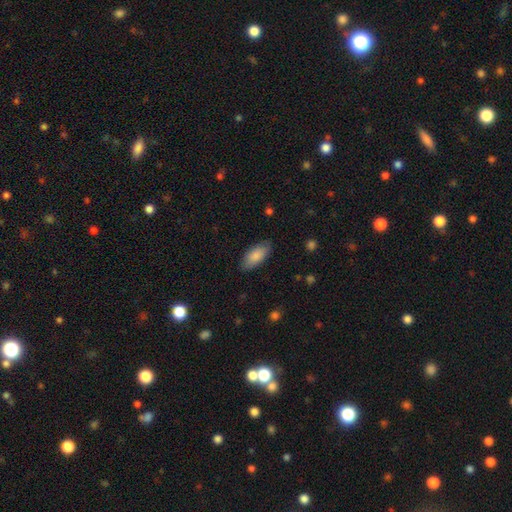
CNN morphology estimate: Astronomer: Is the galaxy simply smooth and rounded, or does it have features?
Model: smooth — 86%.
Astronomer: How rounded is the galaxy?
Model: in between — 87%.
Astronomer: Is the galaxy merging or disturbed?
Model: none — 84%.